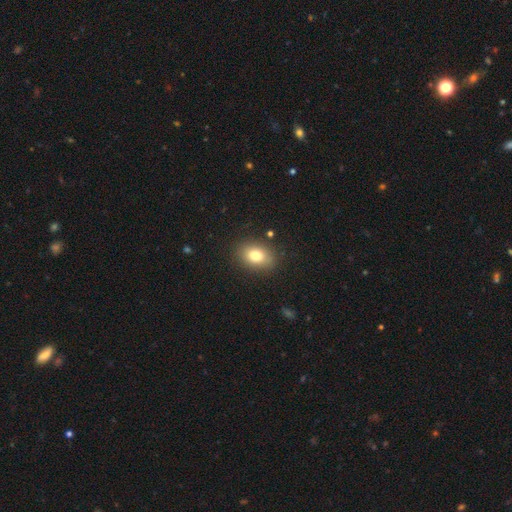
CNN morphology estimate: Smooth or featured?
  - smooth: 79% *
  - featured or disk: 12%
  - star or artifact: 10%
How rounded?
  - in between: 75% *
  - round: 24%
  - cigar-shaped: 1%
Merging?
  - none: 86% *
  - minor disturbance: 10%
  - major disturbance: 3%
  - merger: 1%